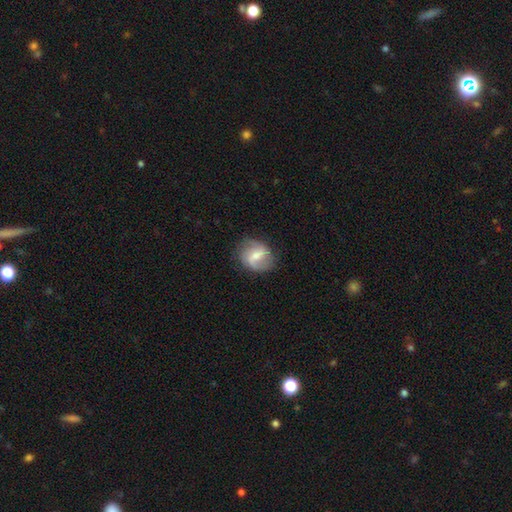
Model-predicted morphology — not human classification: Smooth or featured: featured or disk — 66% (smooth — 27%)
Edge-on disk: no — 97% (yes — 3%)
Bar: weak — 51% (strong — 31%)
Spiral arms: yes — 86% (no — 14%)
Spiral winding: loose — 49% (medium — 37%)
Spiral arm count: 2 — 83% (can't tell — 8%)
Bulge size: moderate — 48% (small — 43%)
Merging: none — 77% (minor disturbance — 16%)